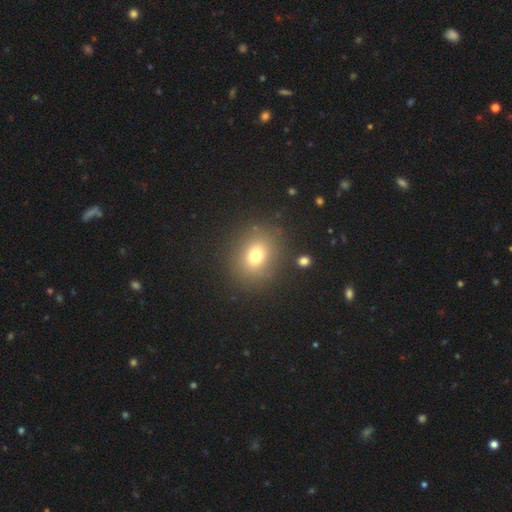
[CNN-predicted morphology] This is likely a smooth galaxy (73%). How rounded: likely round (62%). Merging: clearly none (84%).